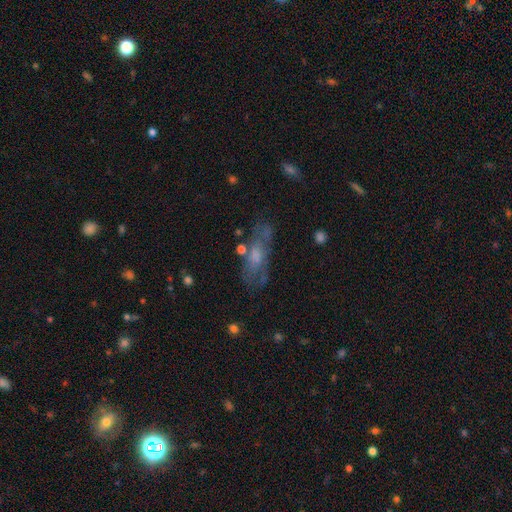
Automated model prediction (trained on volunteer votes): Smooth or featured: featured or disk — 49% (smooth — 41%)
Merging: none — 61% (minor disturbance — 21%)